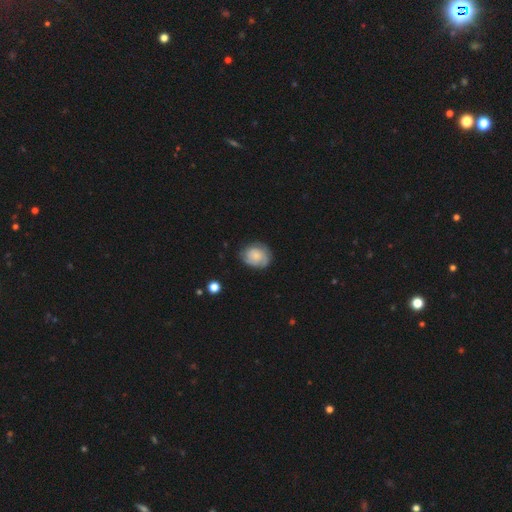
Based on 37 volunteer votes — A smooth galaxy with no disk features (54%) that is in between round and cigar-shaped (55%). Merging: none (76%).